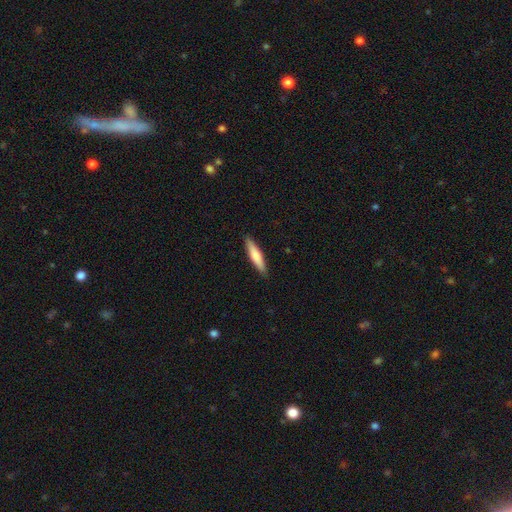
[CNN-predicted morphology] This appears to be a smooth galaxy with no disk features (72%) that is cigar-shaped (85%). Merging: none (90%).